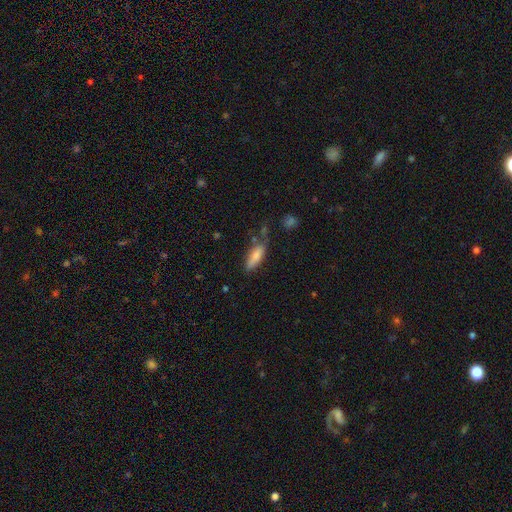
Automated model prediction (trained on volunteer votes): smooth 79%, featured or disk 14%, star or artifact 7%. Down the decision tree: how rounded — in between (62%); merging — none (60%).